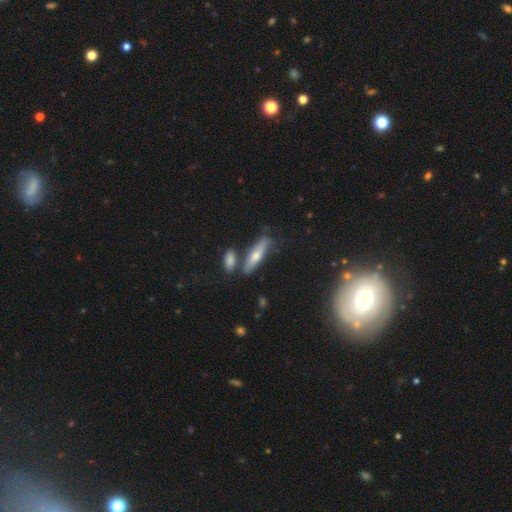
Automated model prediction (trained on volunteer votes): A smooth galaxy with no disk features (52%) that is cigar-shaped (66%).

Vote fractions:
- Smooth or featured? smooth: 52% / featured or disk: 39% / star or artifact: 9%
- How rounded? cigar-shaped: 66% / in between: 31% / round: 3%
- Merging? none: 69% / minor disturbance: 15% / merger: 12% / major disturbance: 4%